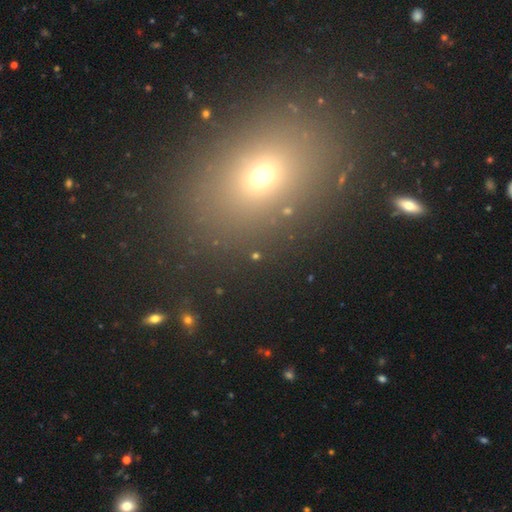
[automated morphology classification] smooth 46%, star or artifact 41%, featured or disk 13%. Down the decision tree: merging — none (81%).